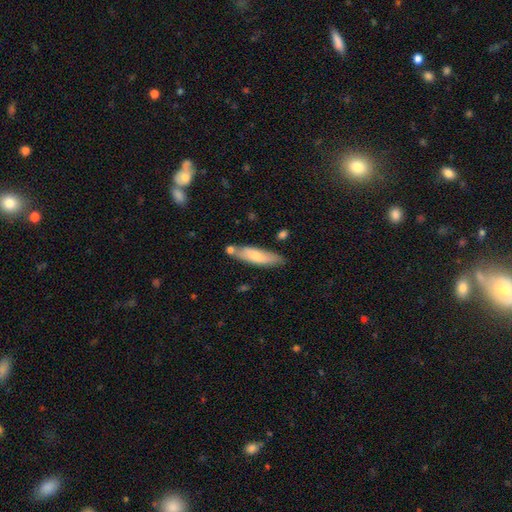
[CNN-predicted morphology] A smooth galaxy with no disk features (68%) that is cigar-shaped (66%).

Vote fractions:
- Smooth or featured? smooth: 68% / featured or disk: 26% / star or artifact: 5%
- How rounded? cigar-shaped: 66% / in between: 32% / round: 2%
- Merging? none: 70% / minor disturbance: 16% / merger: 11% / major disturbance: 3%